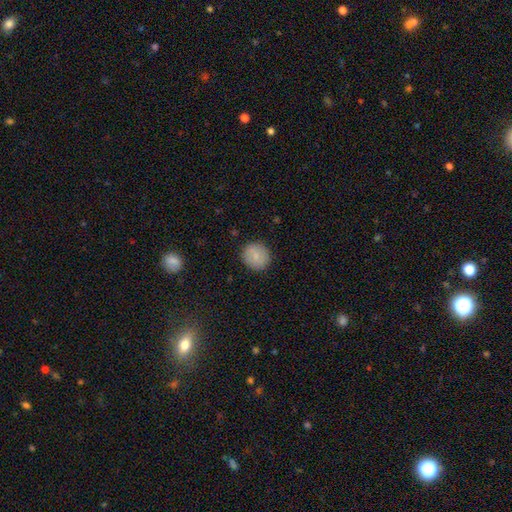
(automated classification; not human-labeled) Overall: smooth (83%). How rounded: round (91%). Merging: none (89%).